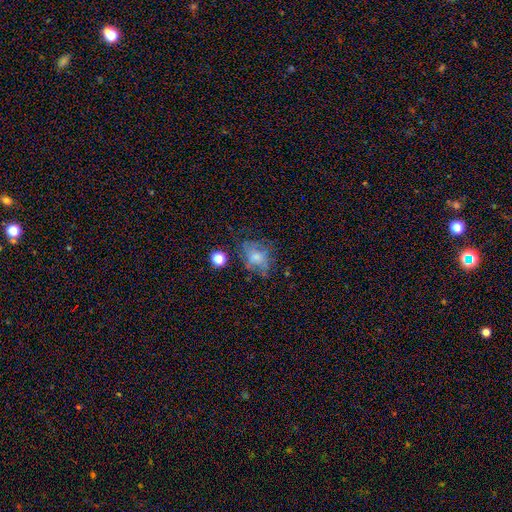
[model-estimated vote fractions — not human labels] Smooth or featured? Predicted: smooth (p=0.49). Merging? Predicted: none (p=0.49).